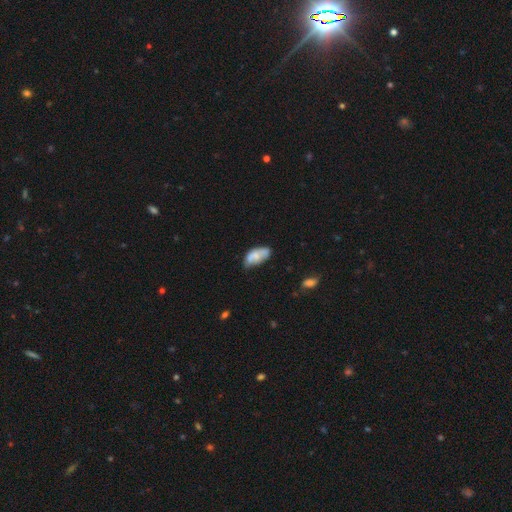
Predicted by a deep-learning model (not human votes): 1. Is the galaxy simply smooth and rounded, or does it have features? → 61% smooth, 31% featured or disk, 8% star or artifact.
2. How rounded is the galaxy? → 92% in between, 5% cigar-shaped, 3% round.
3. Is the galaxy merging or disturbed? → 46% none, 36% minor disturbance, 12% major disturbance, 7% merger.